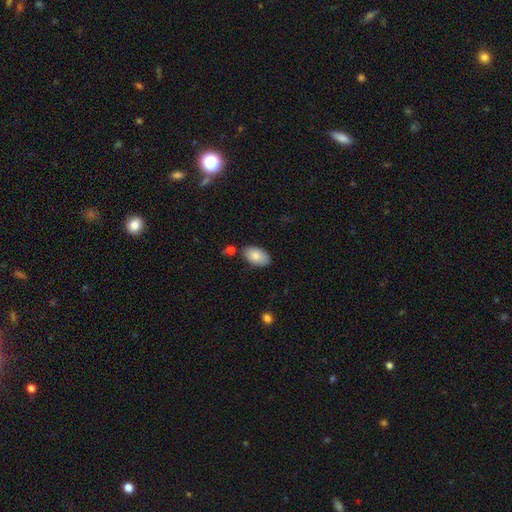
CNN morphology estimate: This is clearly a smooth galaxy (84%). How rounded: clearly in between (94%). Merging: clearly none (80%).